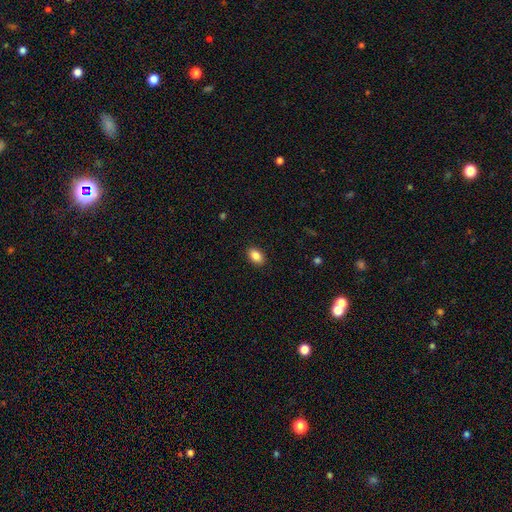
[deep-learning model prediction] Smooth or featured: smooth — 87% (star or artifact — 8%)
How rounded: in between — 88% (round — 11%)
Merging: none — 90% (minor disturbance — 8%)